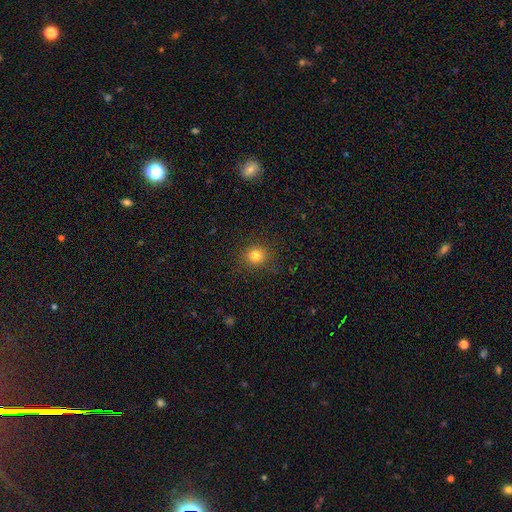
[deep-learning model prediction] Smooth or featured: smooth — 80% (star or artifact — 14%)
How rounded: round — 88% (in between — 11%)
Merging: none — 88% (minor disturbance — 8%)